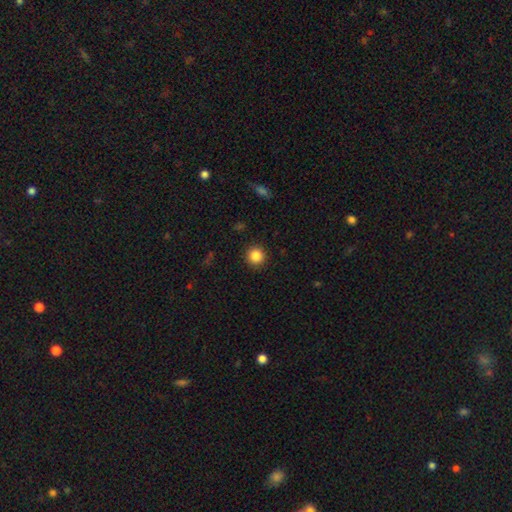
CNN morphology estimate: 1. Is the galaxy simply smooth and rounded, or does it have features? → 86% smooth, 10% star or artifact, 4% featured or disk.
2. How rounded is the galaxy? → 94% round, 5% in between, 1% cigar-shaped.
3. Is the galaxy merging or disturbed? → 92% none, 5% minor disturbance, 2% major disturbance, 1% merger.